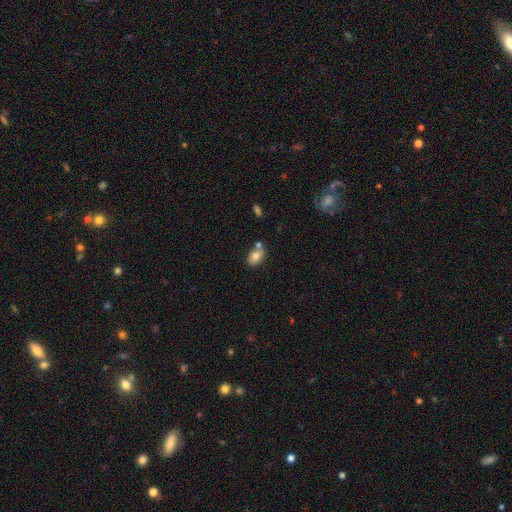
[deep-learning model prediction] Smooth or featured: smooth — 77% (featured or disk — 14%)
How rounded: in between — 82% (round — 17%)
Merging: none — 58% (merger — 24%)